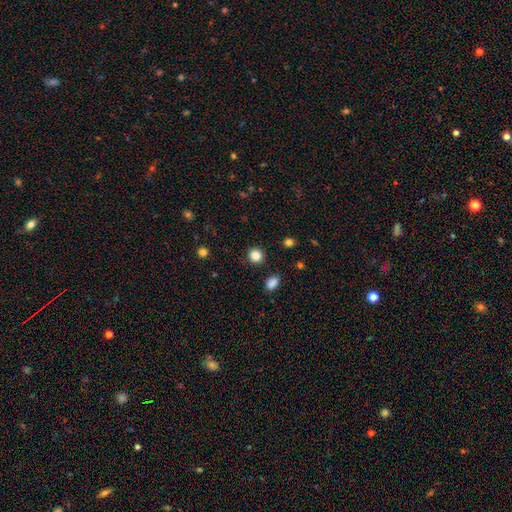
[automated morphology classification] Smooth or featured: smooth — 86% (star or artifact — 11%)
How rounded: round — 90% (in between — 9%)
Merging: none — 91% (minor disturbance — 5%)